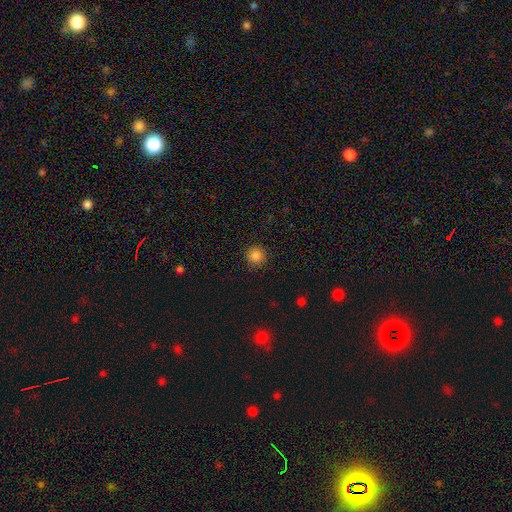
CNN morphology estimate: This is clearly a smooth galaxy (84%). How rounded: clearly round (94%). Merging: clearly none (91%).